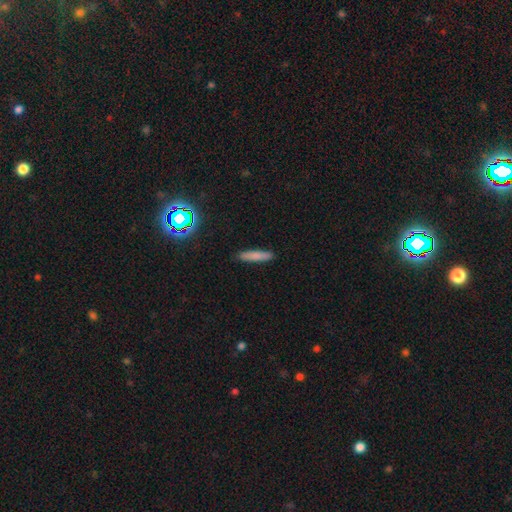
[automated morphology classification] Smooth or featured?
  - smooth: 79% *
  - featured or disk: 12%
  - star or artifact: 9%
How rounded?
  - cigar-shaped: 88% *
  - in between: 10%
  - round: 2%
Merging?
  - none: 89% *
  - minor disturbance: 8%
  - major disturbance: 2%
  - merger: 1%